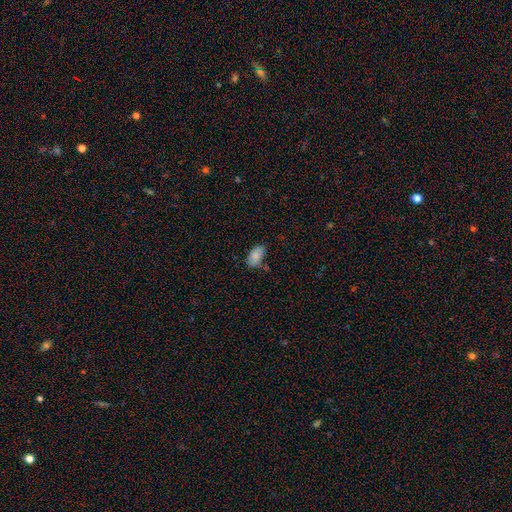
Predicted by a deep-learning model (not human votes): Morphology: type=smooth (85%); roundness=in between (93%); merging=none (62%).